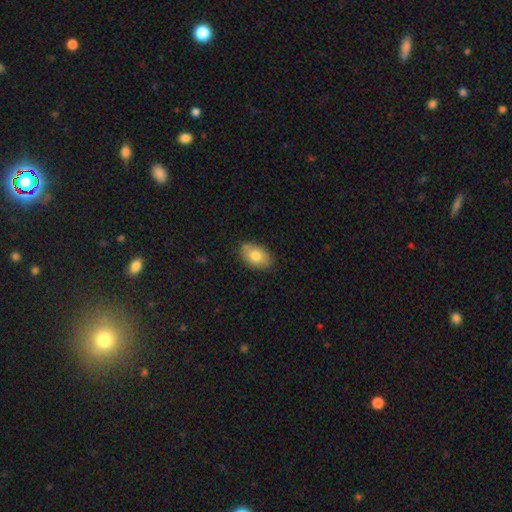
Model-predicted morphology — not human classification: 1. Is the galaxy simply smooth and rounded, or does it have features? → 77% smooth, 16% featured or disk, 7% star or artifact.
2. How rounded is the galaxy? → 90% in between, 8% round, 1% cigar-shaped.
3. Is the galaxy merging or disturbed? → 81% none, 15% minor disturbance, 2% major disturbance, 1% merger.